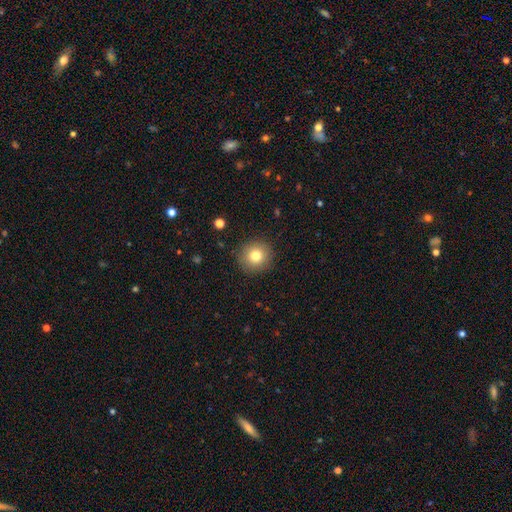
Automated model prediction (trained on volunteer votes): This appears to be a smooth galaxy with no disk features (78%) that is round (93%). Merging: none (91%).